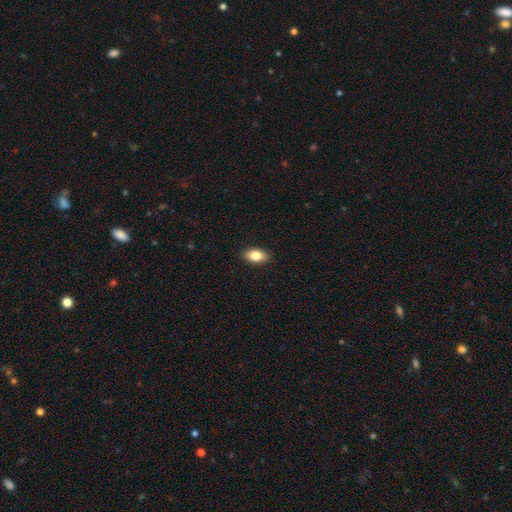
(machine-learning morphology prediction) A smooth galaxy with no disk features (83%) that is in between round and cigar-shaped (91%).

Vote fractions:
- Smooth or featured? smooth: 83% / featured or disk: 10% / star or artifact: 7%
- How rounded? in between: 91% / round: 6% / cigar-shaped: 4%
- Merging? none: 90% / minor disturbance: 8% / major disturbance: 2% / merger: 1%